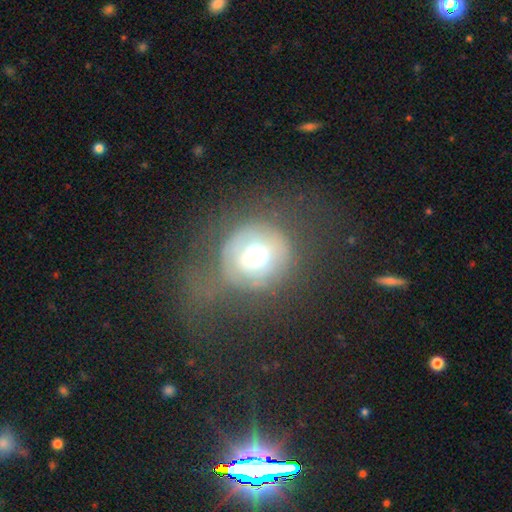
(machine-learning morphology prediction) smooth-or-featured: smooth: 44% (tied) | featured or disk: 44% (tied) | star or artifact: 12%
  merging: none: 45% | major disturbance: 33% | minor disturbance: 20% | merger: 2%